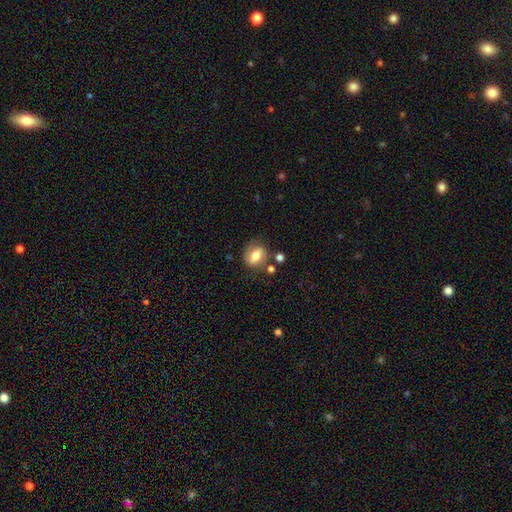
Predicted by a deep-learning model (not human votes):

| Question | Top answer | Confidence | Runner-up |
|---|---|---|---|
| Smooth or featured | smooth | 65% | featured or disk (27%) |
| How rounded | in between | 66% | round (32%) |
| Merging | none | 65% | minor disturbance (19%) |